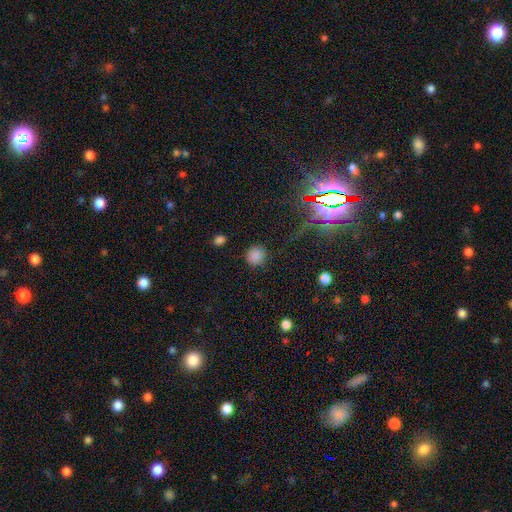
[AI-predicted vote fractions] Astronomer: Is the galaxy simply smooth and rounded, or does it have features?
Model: smooth — 80%.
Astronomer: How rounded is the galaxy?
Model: round — 89%.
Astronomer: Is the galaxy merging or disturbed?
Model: none — 85%.